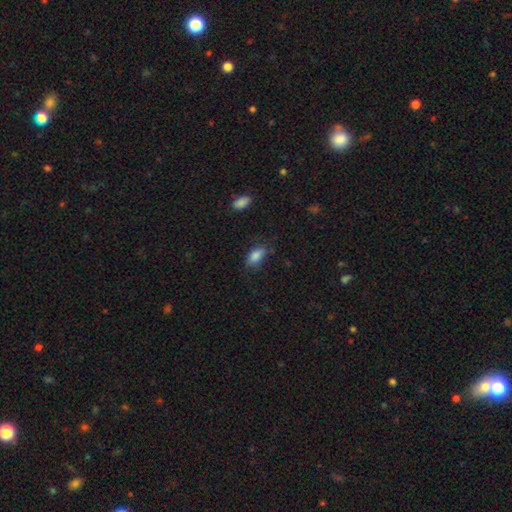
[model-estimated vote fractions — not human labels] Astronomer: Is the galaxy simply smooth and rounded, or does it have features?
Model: smooth — 85%.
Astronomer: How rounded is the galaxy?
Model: in between — 89%.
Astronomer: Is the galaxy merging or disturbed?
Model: none — 70%.